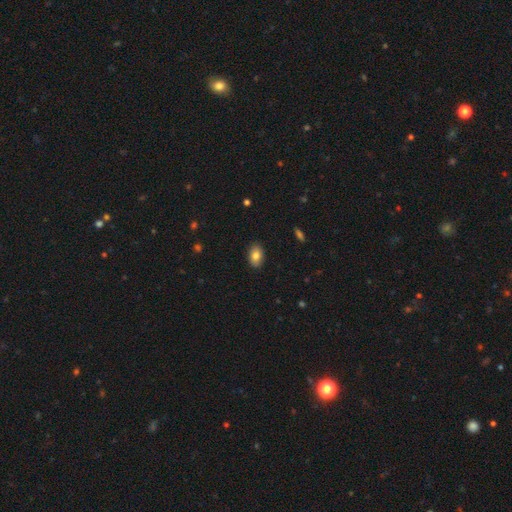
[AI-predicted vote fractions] Smooth or featured: smooth — 82% (featured or disk — 10%)
How rounded: in between — 89% (round — 9%)
Merging: none — 89% (minor disturbance — 8%)